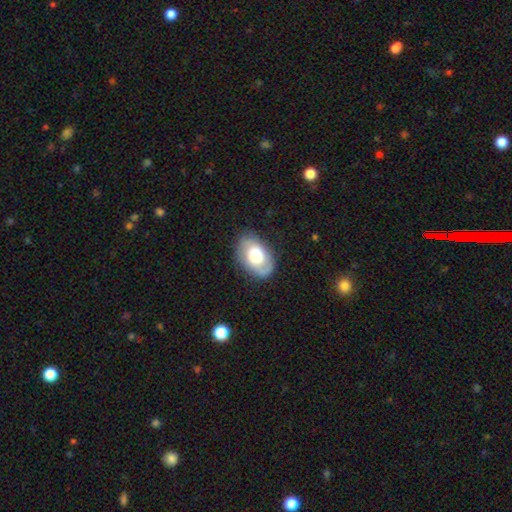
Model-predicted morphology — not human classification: Smooth or featured?
  - smooth: 48% *
  - featured or disk: 45%
  - star or artifact: 7%
Merging?
  - none: 75% *
  - minor disturbance: 17%
  - major disturbance: 7%
  - merger: 1%